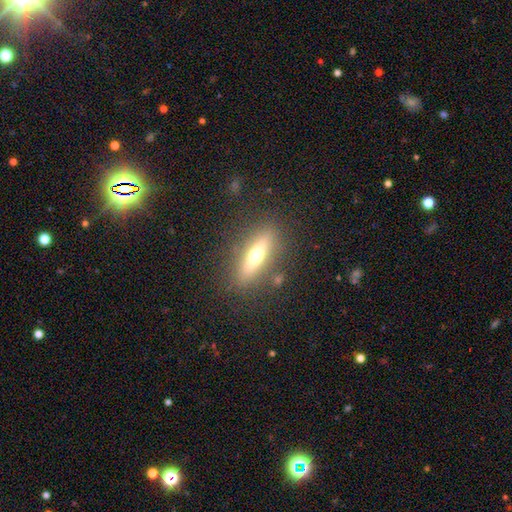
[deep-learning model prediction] Q: Smooth or featured?
A: smooth (48%); runner-up: featured or disk (44%)
Q: Merging?
A: none (84%); runner-up: minor disturbance (10%)